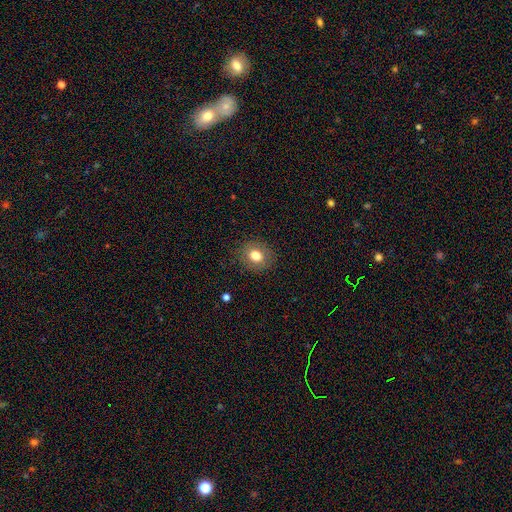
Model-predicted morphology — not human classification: Smooth or featured?
  - smooth: 78% *
  - featured or disk: 11%
  - star or artifact: 10%
How rounded?
  - round: 67% *
  - in between: 32%
  - cigar-shaped: 1%
Merging?
  - none: 86% *
  - minor disturbance: 9%
  - major disturbance: 3%
  - merger: 1%